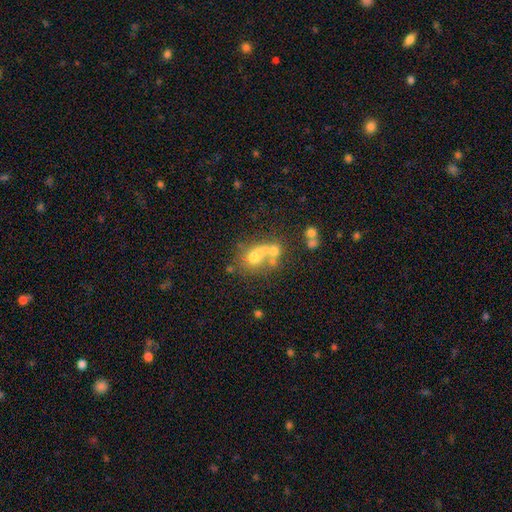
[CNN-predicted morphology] A smooth galaxy with no disk features (48%).

Vote fractions:
- Smooth or featured? smooth: 48% / featured or disk: 33% / star or artifact: 19%
- Merging? merger: 51% / none: 26% / major disturbance: 13% / minor disturbance: 10%